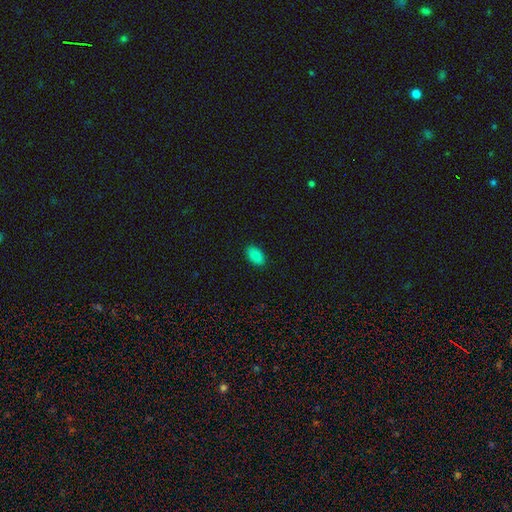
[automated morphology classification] Smooth or featured: smooth — 88% (star or artifact — 9%)
How rounded: in between — 94% (round — 4%)
Merging: none — 89% (minor disturbance — 8%)